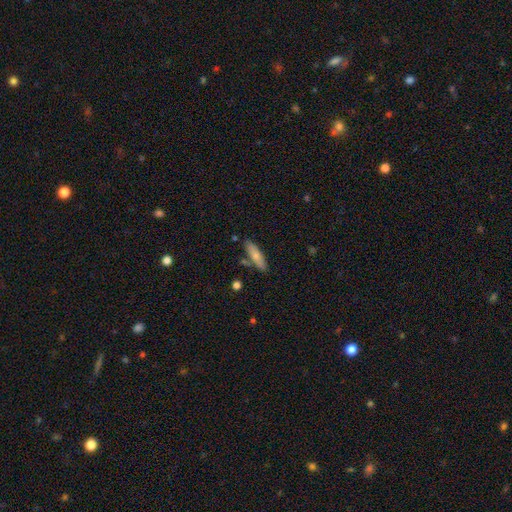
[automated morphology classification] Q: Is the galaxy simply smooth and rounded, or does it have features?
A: smooth — 69%.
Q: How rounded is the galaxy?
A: cigar-shaped — 62%.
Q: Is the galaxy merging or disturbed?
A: none — 77%.